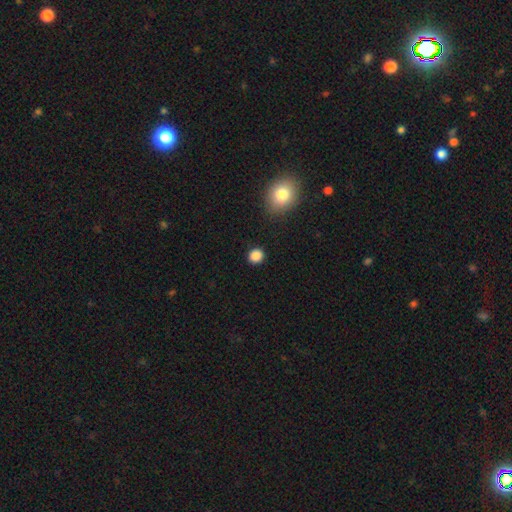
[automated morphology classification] smooth_or_featured: smooth (p=0.87) [alt: star or artifact p=0.10]
how_rounded: round (p=0.86) [alt: in between p=0.13]
merging: none (p=0.90) [alt: minor disturbance p=0.06]